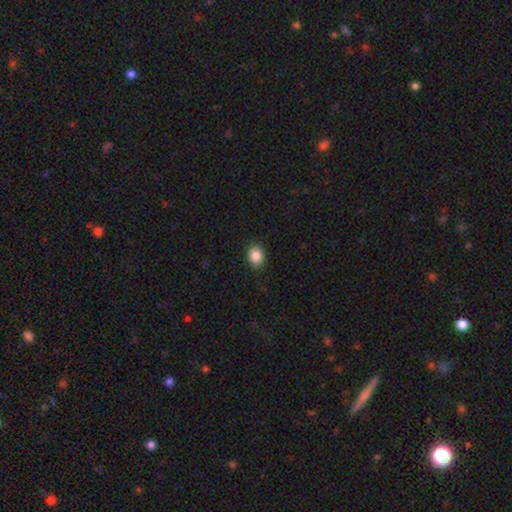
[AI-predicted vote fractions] smooth-or-featured: smooth: 86% | star or artifact: 9% | featured or disk: 5%
  how-rounded: in between: 55% | round: 44% | cigar-shaped: 1%
  merging: none: 88% | minor disturbance: 9% | major disturbance: 2% | merger: 1%